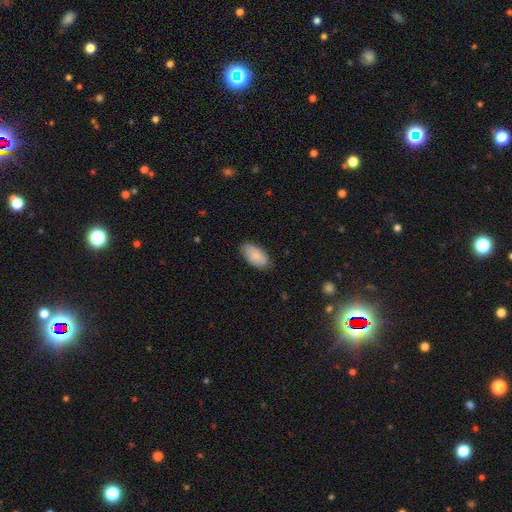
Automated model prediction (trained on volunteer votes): smooth_or_featured: smooth (p=0.81) [alt: featured or disk p=0.13]
how_rounded: in between (p=0.95) [alt: cigar-shaped p=0.03]
merging: none (p=0.76) [alt: minor disturbance p=0.19]